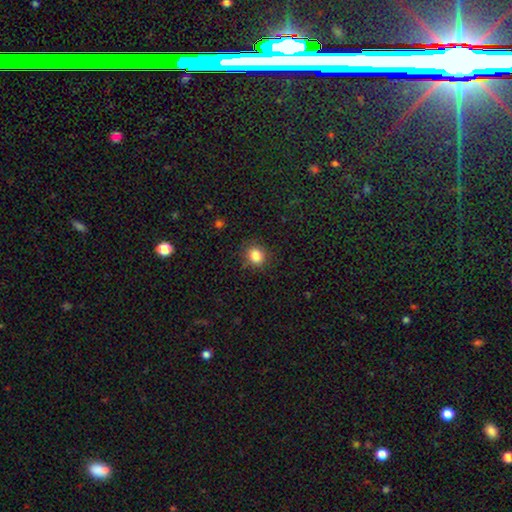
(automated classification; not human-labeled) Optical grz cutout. It shows a smooth galaxy with no disk features (84%) that is round (75%). Merging: none (86%).